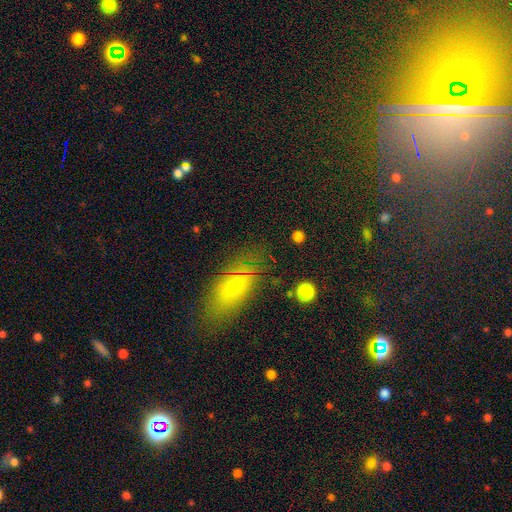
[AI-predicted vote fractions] A smooth galaxy with no disk features (52%) that is in between round and cigar-shaped (72%).

Vote fractions:
- Smooth or featured? smooth: 52% / featured or disk: 26% / star or artifact: 22%
- How rounded? in between: 72% / cigar-shaped: 22% / round: 6%
- Merging? none: 75% / minor disturbance: 17% / major disturbance: 6% / merger: 2%